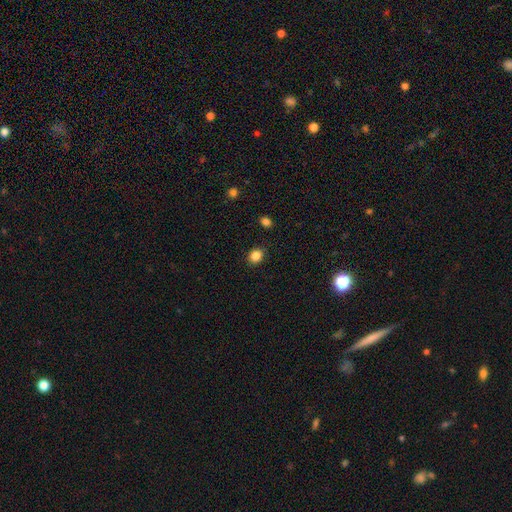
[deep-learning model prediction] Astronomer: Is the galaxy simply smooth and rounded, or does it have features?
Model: smooth — 86%.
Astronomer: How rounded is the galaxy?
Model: round — 54% (runner-up: in between, 45%).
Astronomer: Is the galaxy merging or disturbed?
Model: none — 88%.